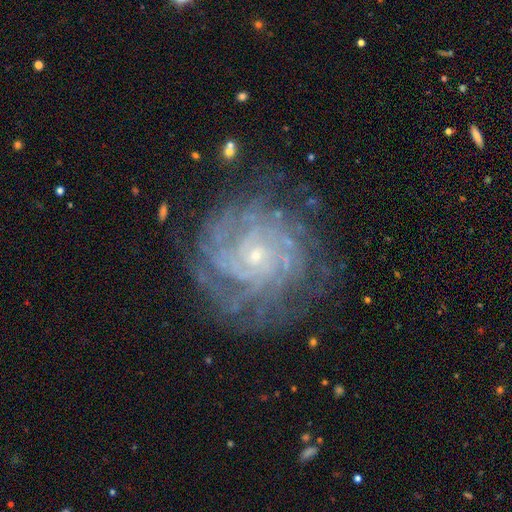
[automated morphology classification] featured or disk 86%, star or artifact 7%, smooth 6%. Down the decision tree: edge-on disk — no (97%); bar — no (76%); spiral arms — yes (96%); spiral arm count — can't tell (29%); spiral winding — tight (77%); bulge size — small (83%); merging — none (75%).